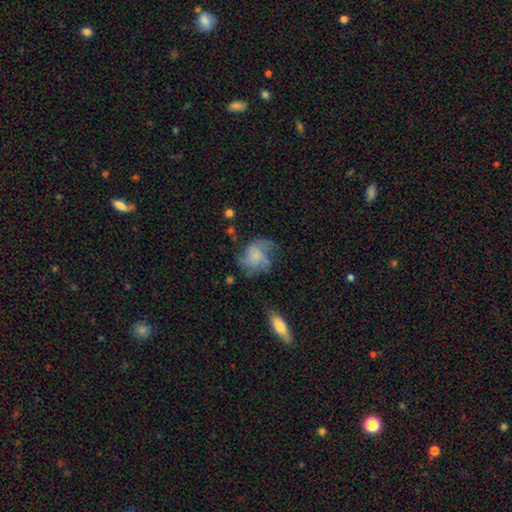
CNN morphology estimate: Overall: featured or disk (46%; smooth 43%). Merging: none (46%; minor disturbance 27%).